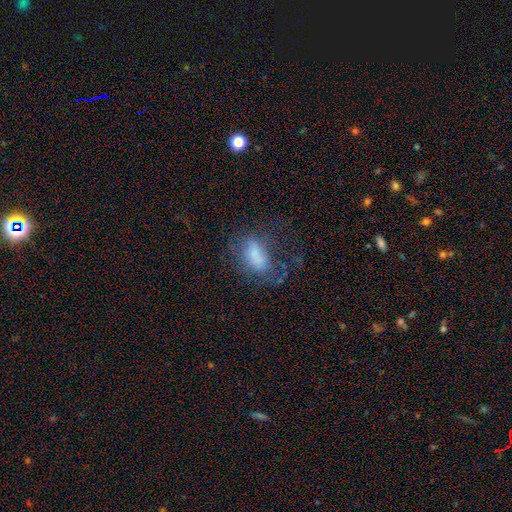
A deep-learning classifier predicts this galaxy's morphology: smooth 63%, featured or disk 26%, star or artifact 11%. Down the decision tree: how rounded — in between (90%); merging — none (41%).